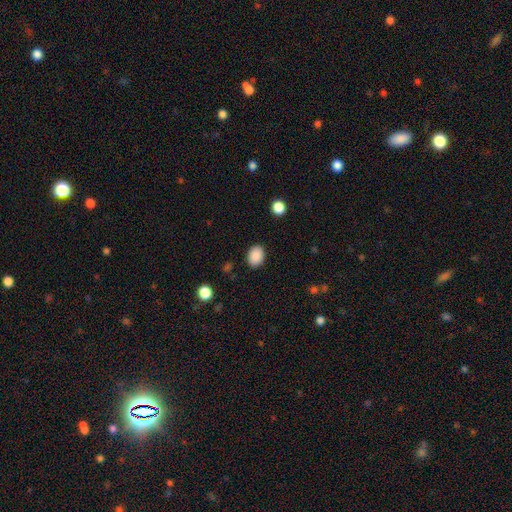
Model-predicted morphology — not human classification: Smooth or featured? Predicted: smooth (p=0.89). How rounded? Predicted: in between (p=0.67). Merging? Predicted: none (p=0.87).